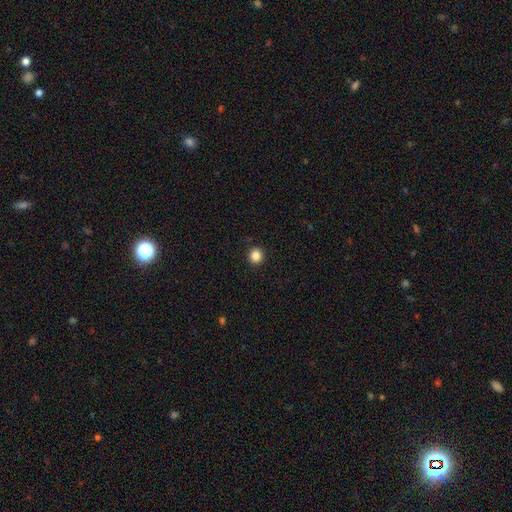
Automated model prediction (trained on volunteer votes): A smooth galaxy with no disk features (85%) that is round (93%).

Vote fractions:
- Smooth or featured? smooth: 85% / star or artifact: 11% / featured or disk: 4%
- How rounded? round: 93% / in between: 6% / cigar-shaped: 1%
- Merging? none: 93% / minor disturbance: 5% / major disturbance: 2% / merger: 1%